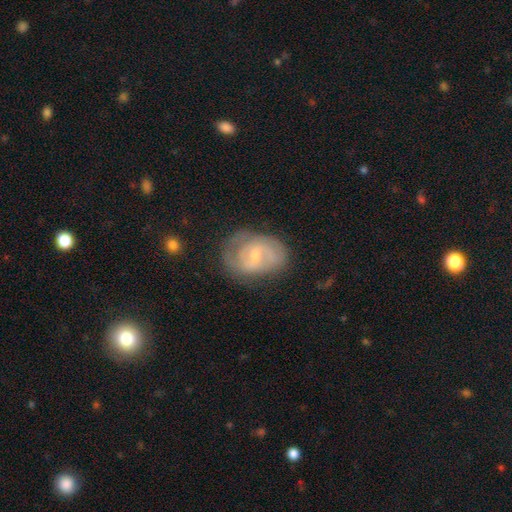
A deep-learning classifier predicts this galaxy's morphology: smooth-or-featured: featured or disk: 73% | smooth: 21% | star or artifact: 6%
  disk-edge-on: no: 97% | yes: 3%
    bar: weak: 54% | no: 35% | strong: 11%
    has-spiral-arms: yes: 88% | no: 12%
      spiral-winding: tight: 45% | medium: 41% | loose: 14%
      spiral-arm-count: 2: 58% | can't tell: 25% | 3: 8% | 1: 5% | 4: 2% | more than 4: 2%
    bulge-size: small: 61% | moderate: 33% | none: 3% | large: 1% | dominant: 1%
  merging: none: 65% | minor disturbance: 24% | major disturbance: 10% | merger: 2%